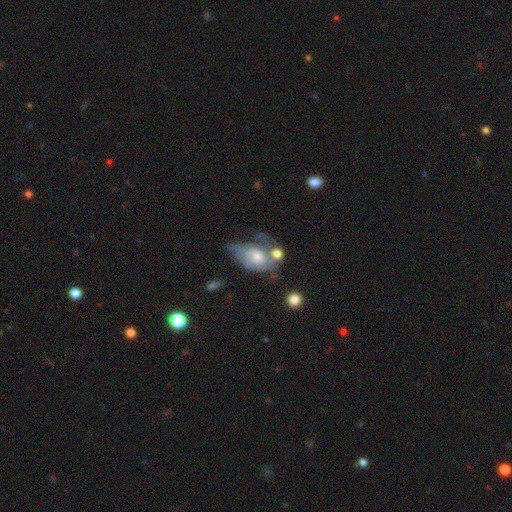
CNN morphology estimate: This appears to be a featured or disk galaxy (54%) with no bar (74%), spiral arms (60%) and a moderate central bulge (54%). Merging: major disturbance (31%).